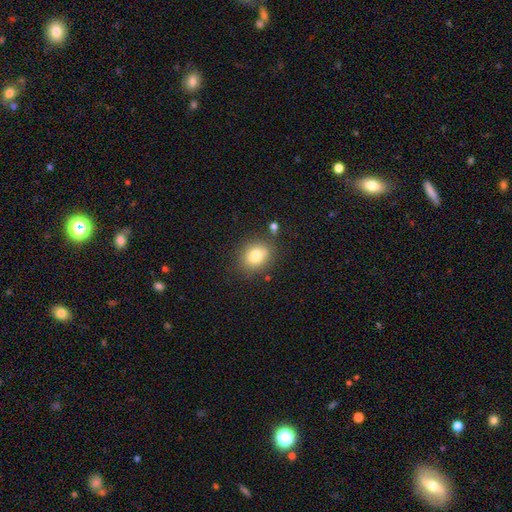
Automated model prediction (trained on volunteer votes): Smooth or featured? smooth (80%)
How rounded? round (61%)
Merging? none (79%)